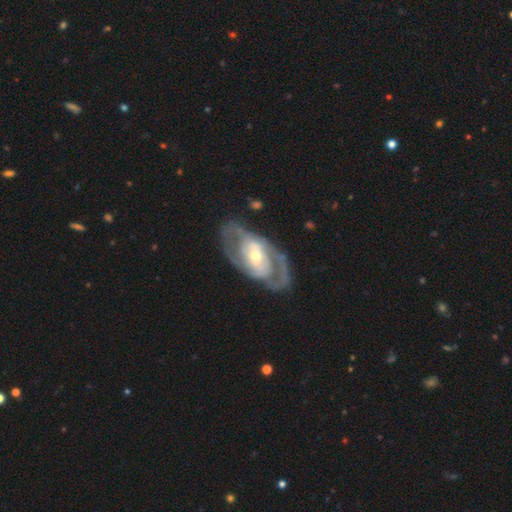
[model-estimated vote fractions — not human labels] Q: Smooth or featured?
A: featured or disk (83%); runner-up: smooth (13%)
Q: Edge-on disk?
A: no (94%); runner-up: yes (6%)
Q: Bar?
A: no (43%); runner-up: weak (33%)
Q: Spiral arms?
A: yes (82%); runner-up: no (18%)
Q: Spiral winding?
A: tight (45%); runner-up: medium (41%)
Q: Spiral arm count?
A: 2 (73%); runner-up: can't tell (16%)
Q: Bulge size?
A: moderate (51%); runner-up: small (42%)
Q: Merging?
A: none (72%); runner-up: minor disturbance (15%)